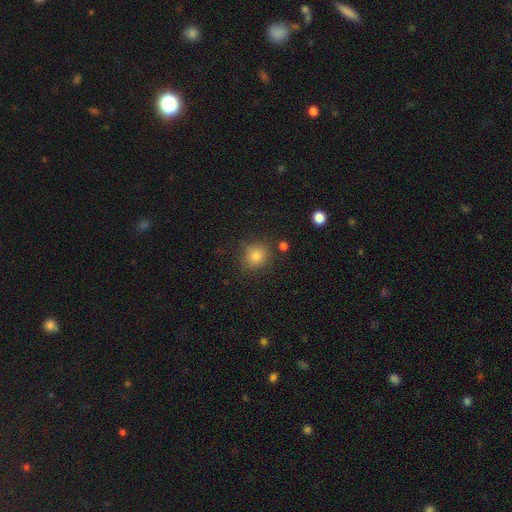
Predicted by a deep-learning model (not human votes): Overall: smooth (82%). How rounded: round (78%). Merging: none (81%).